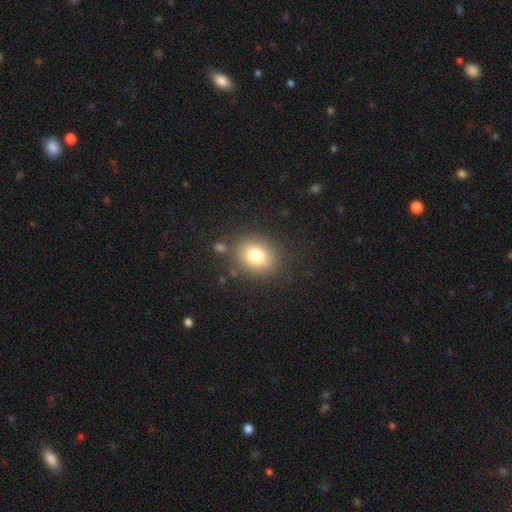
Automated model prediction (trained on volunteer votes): The model was most divided on "how rounded": round: 52%, in between: 47%, cigar-shaped: 1%. More confident: merging — none (82%); smooth or featured — smooth (81%).